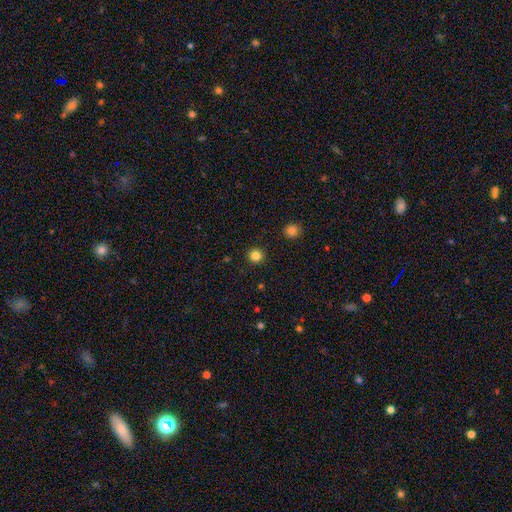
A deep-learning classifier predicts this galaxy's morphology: This appears to be a smooth galaxy with no disk features (83%) that is round (95%). Merging: none (93%).